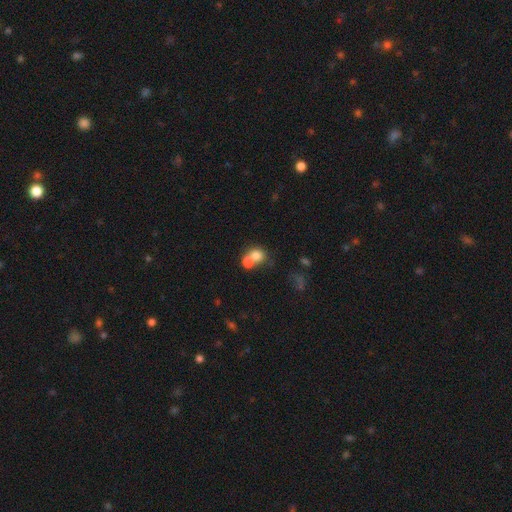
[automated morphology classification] Smooth or featured? smooth (74%)
How rounded? round (74%)
Merging? merger (59%)